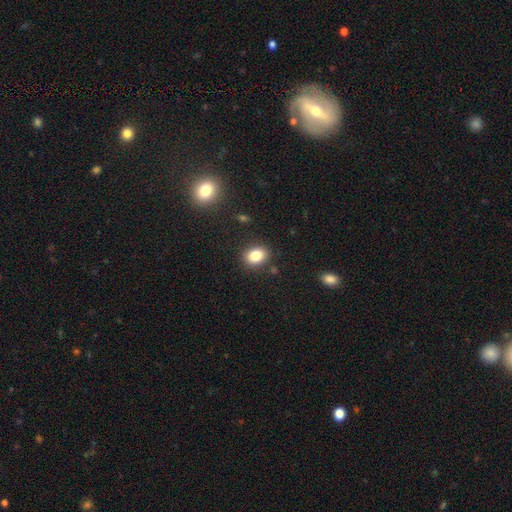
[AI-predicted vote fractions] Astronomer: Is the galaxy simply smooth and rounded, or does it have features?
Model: smooth — 82%.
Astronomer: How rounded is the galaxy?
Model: in between — 60% (runner-up: round, 39%).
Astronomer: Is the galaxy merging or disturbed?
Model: none — 86%.